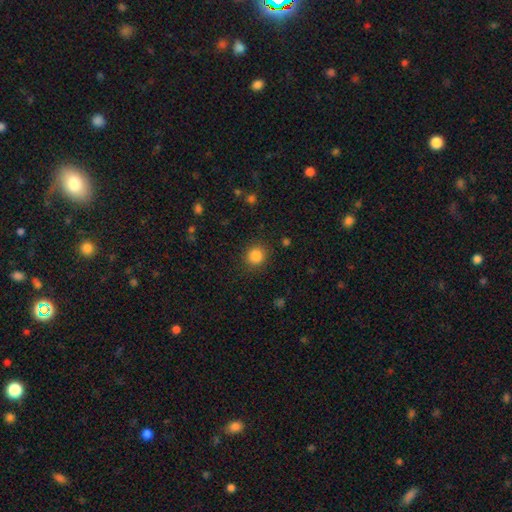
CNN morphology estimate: A smooth galaxy with no disk features (85%) that is round (89%). Merging: none (89%).